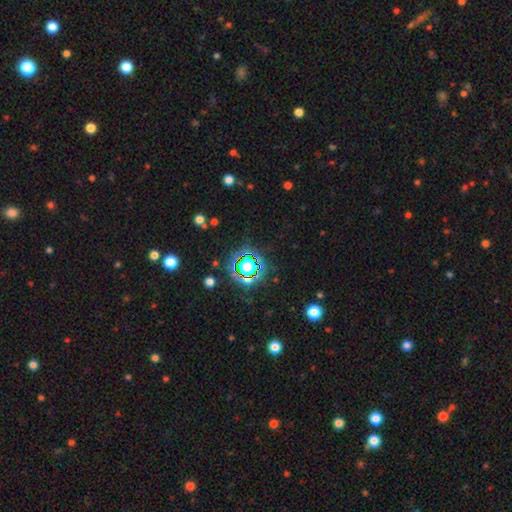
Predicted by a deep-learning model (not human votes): Smooth or featured: star or artifact — 81% (smooth — 12%)